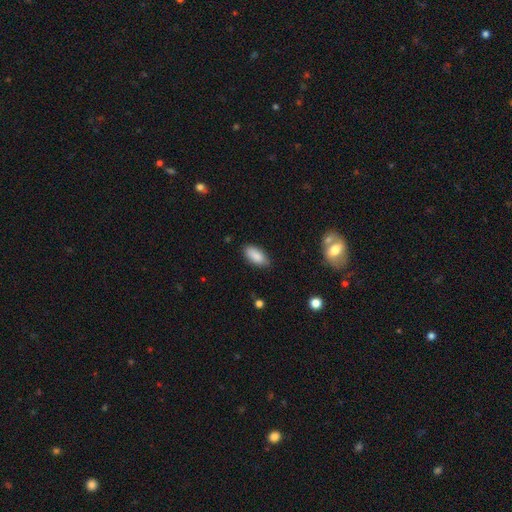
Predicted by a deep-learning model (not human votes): Overall: smooth (87%). How rounded: in between (90%). Merging: none (82%).